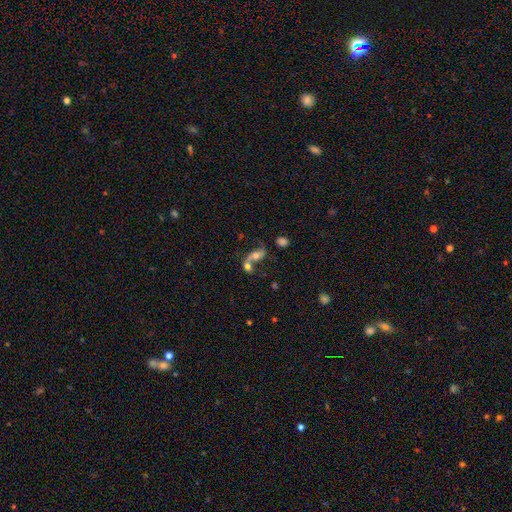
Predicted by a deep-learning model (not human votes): smooth-or-featured: featured or disk: 53% | smooth: 35% | star or artifact: 12%
  disk-edge-on: no: 92% | yes: 8%
  merging: merger: 57% | none: 26% | minor disturbance: 9% | major disturbance: 8%